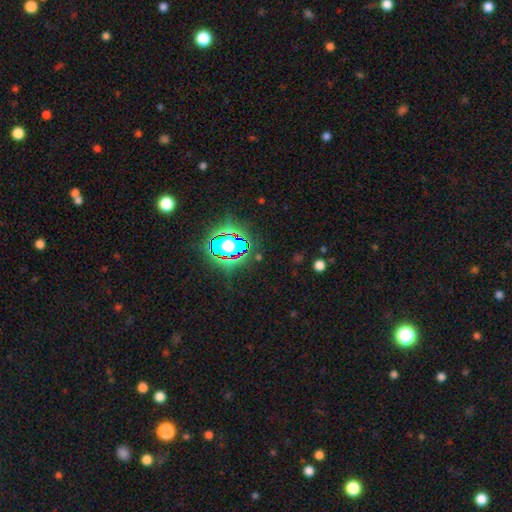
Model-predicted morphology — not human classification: The model was most divided on "smooth or featured": star or artifact: 71%, smooth: 18%, featured or disk: 11%.